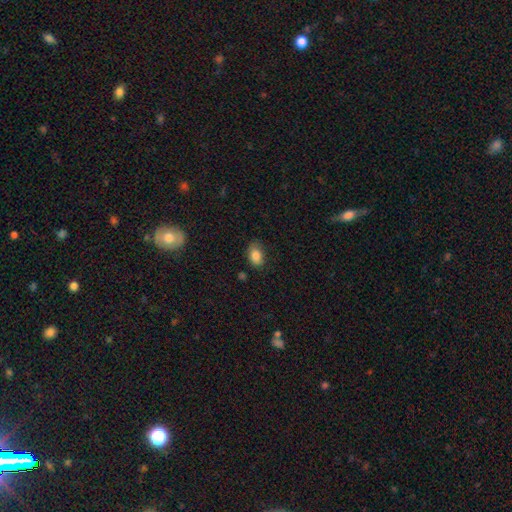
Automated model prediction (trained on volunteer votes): Overall: smooth (85%). How rounded: in between (86%). Merging: none (76%).